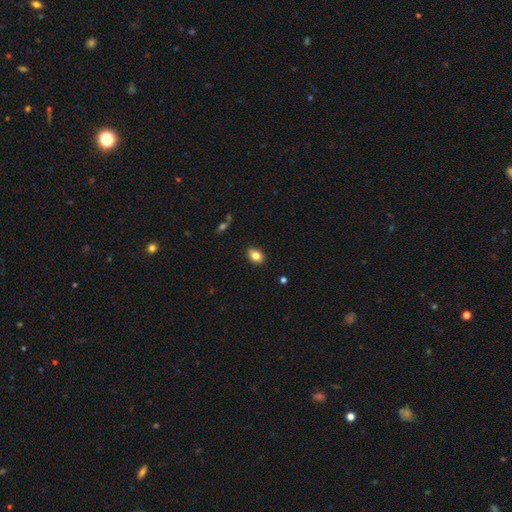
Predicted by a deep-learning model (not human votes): Overall: smooth (82%). How rounded: in between (79%). Merging: none (82%).